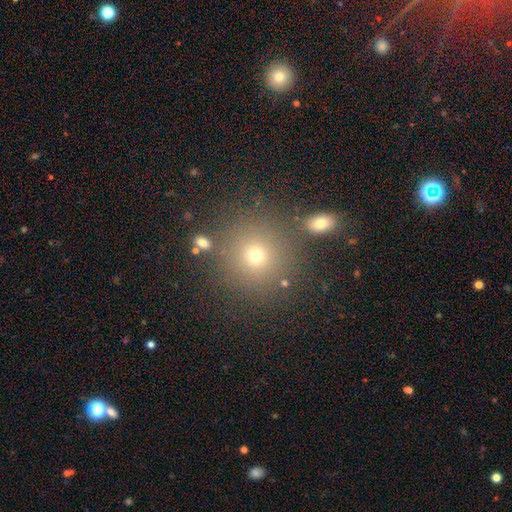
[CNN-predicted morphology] The model was most divided on "smooth or featured": smooth: 69%, star or artifact: 20%, featured or disk: 11%. More confident: how rounded — round (93%); merging — none (82%).